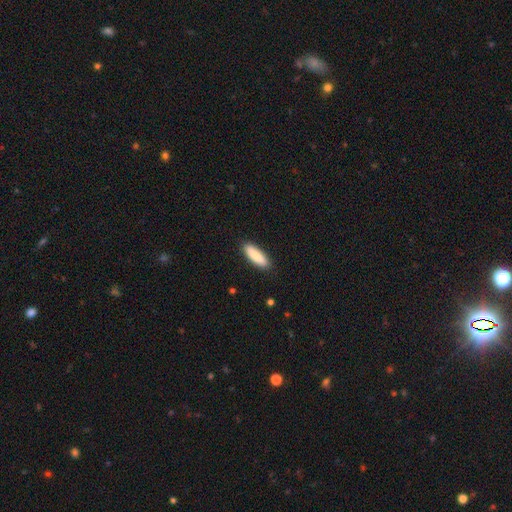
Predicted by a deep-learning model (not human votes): Smooth or featured?
  - smooth: 87% *
  - featured or disk: 7%
  - star or artifact: 5%
How rounded?
  - in between: 49% * (tied)
  - cigar-shaped: 49% * (tied)
  - round: 2%
Merging?
  - none: 89% *
  - minor disturbance: 8%
  - major disturbance: 2%
  - merger: 1%